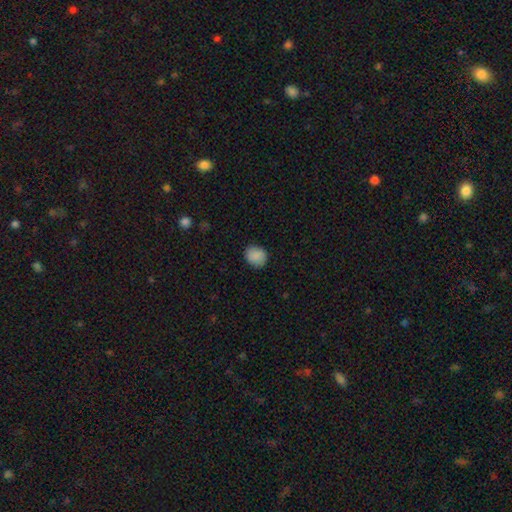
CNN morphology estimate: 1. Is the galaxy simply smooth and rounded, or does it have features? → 87% smooth, 8% star or artifact, 5% featured or disk.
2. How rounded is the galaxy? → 75% round, 24% in between, 1% cigar-shaped.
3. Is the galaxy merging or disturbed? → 86% none, 10% minor disturbance, 2% major disturbance, 1% merger.